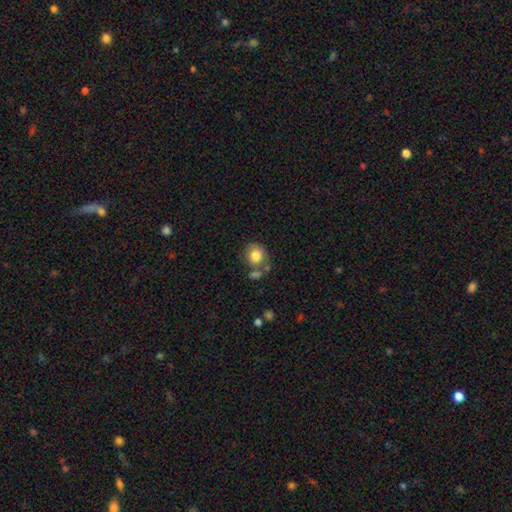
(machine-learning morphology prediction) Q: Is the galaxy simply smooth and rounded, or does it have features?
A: smooth — 80%.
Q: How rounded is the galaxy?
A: round — 75%.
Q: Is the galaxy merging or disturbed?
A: none — 54%.